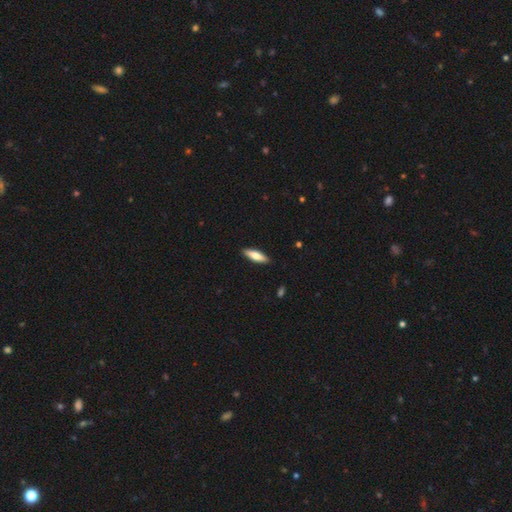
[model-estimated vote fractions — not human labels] Overall: smooth (67%; featured or disk 28%). How rounded: cigar-shaped (59%; in between 39%). Merging: none (90%).